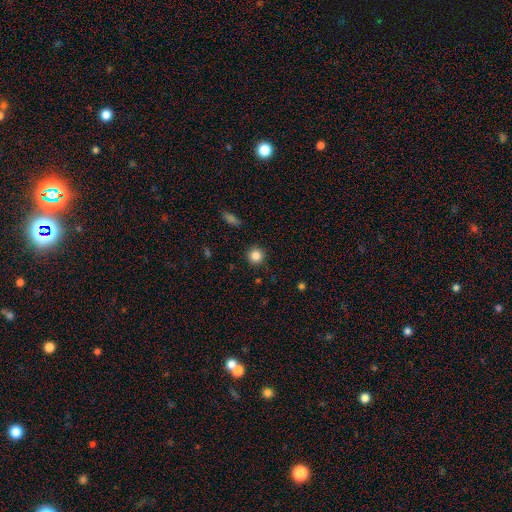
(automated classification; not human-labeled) smooth_or_featured: smooth (p=0.85) [alt: star or artifact p=0.11]
how_rounded: round (p=0.94) [alt: in between p=0.05]
merging: none (p=0.90) [alt: minor disturbance p=0.07]